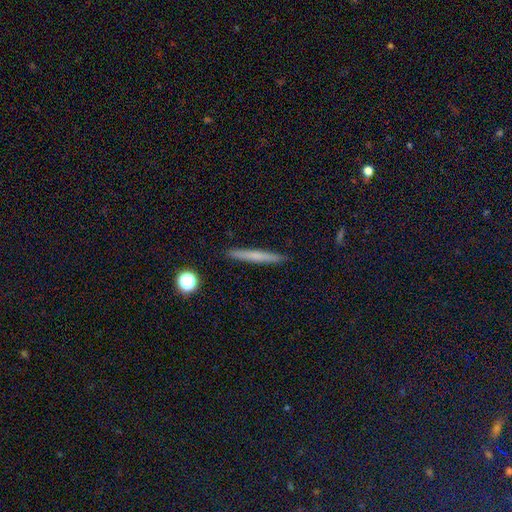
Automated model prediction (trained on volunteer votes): Smooth or featured? Predicted: smooth (p=0.58). How rounded? Predicted: cigar-shaped (p=0.96). Merging? Predicted: none (p=0.92).